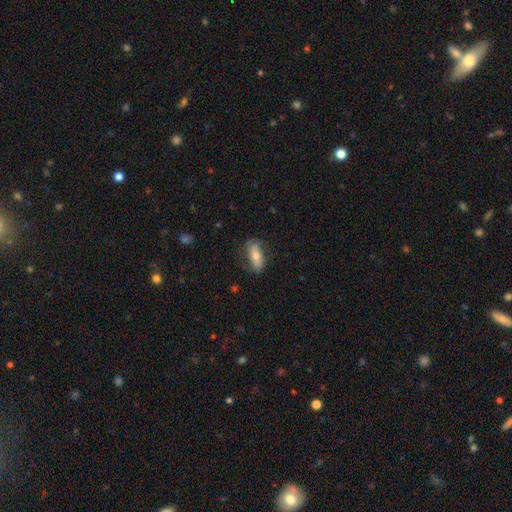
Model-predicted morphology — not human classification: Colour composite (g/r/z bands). It shows a smooth galaxy with no disk features (59%) that is in between round and cigar-shaped (68%). Merging: none (76%).